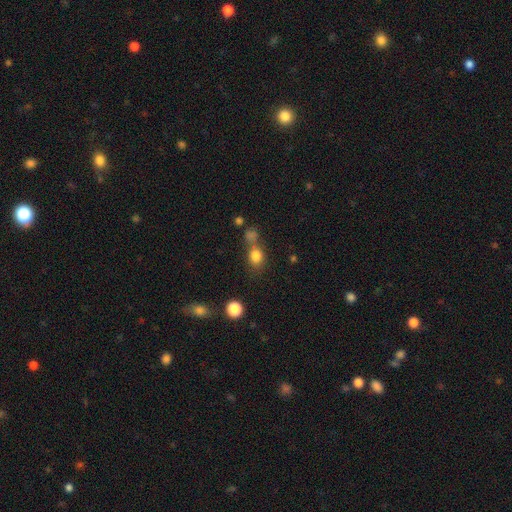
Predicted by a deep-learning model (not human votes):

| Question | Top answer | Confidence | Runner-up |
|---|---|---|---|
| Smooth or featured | smooth | 80% | star or artifact (13%) |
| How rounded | round | 61% | in between (37%) |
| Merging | none | 50% | merger (32%) |